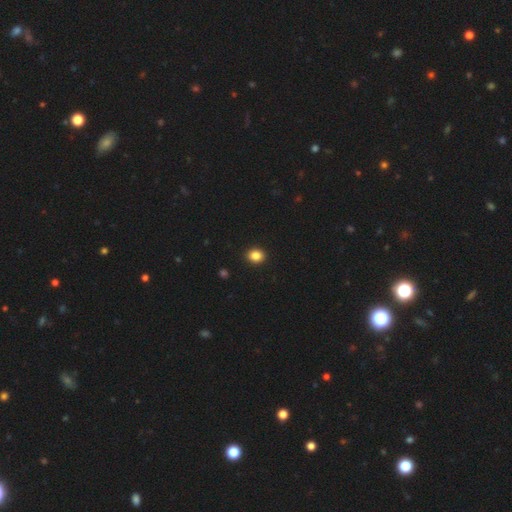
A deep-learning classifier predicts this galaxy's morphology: smooth 86%, star or artifact 10%, featured or disk 4%. Down the decision tree: how rounded — round (65%); merging — none (92%).